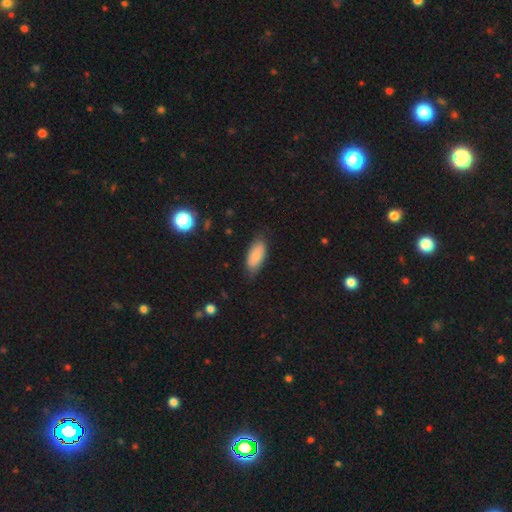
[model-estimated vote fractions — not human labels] A smooth galaxy with no disk features (83%) that is in between round and cigar-shaped (88%).

Vote fractions:
- Smooth or featured? smooth: 83% / featured or disk: 11% / star or artifact: 6%
- How rounded? in between: 88% / cigar-shaped: 10% / round: 2%
- Merging? none: 74% / minor disturbance: 20% / major disturbance: 4% / merger: 1%